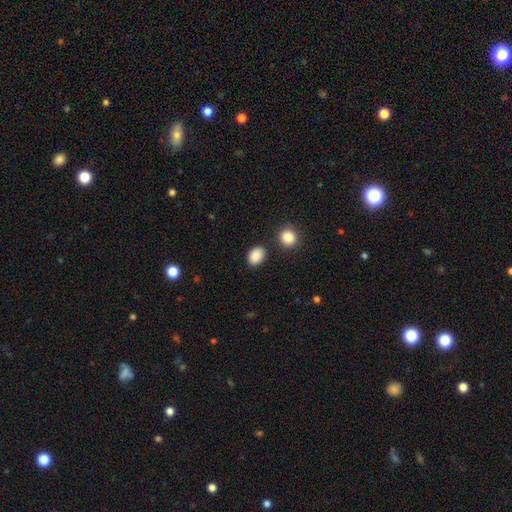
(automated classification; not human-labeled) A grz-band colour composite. It shows a smooth galaxy with no disk features (88%) that is in between round and cigar-shaped (65%). Merging: none (83%).